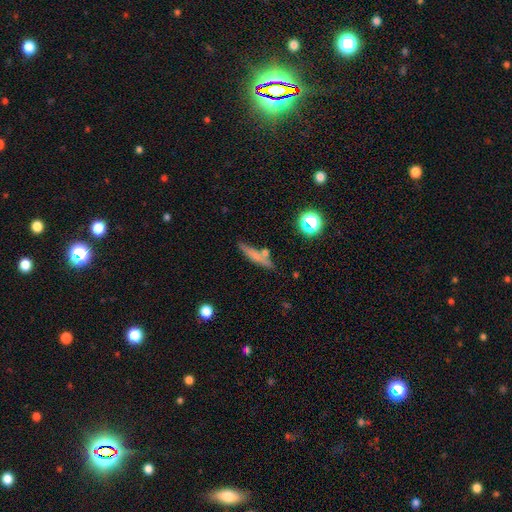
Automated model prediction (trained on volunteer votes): This appears to be a smooth galaxy with no disk features (64%) that is cigar-shaped (85%). Merging: none (74%).